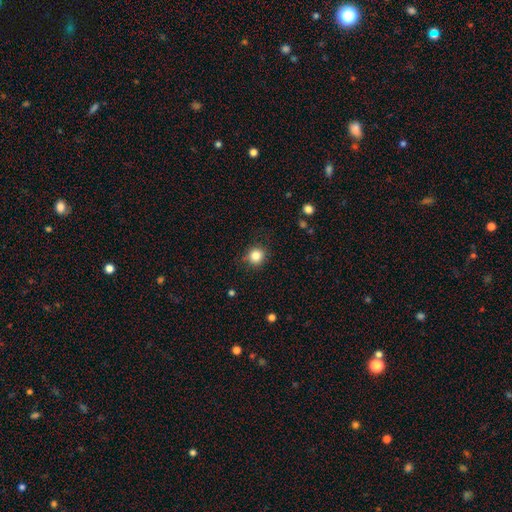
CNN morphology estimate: smooth 84%, star or artifact 11%, featured or disk 5%. Down the decision tree: how rounded — round (89%); merging — none (85%).